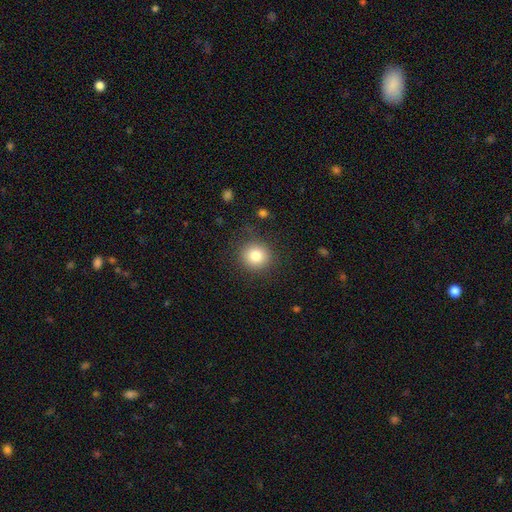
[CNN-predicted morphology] Smooth or featured? smooth (82%)
How rounded? round (90%)
Merging? none (86%)